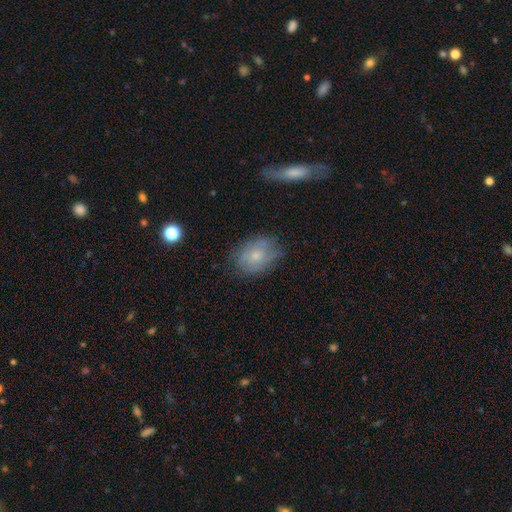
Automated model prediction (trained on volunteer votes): The model was most divided on "how rounded": in between: 62%, round: 36%, cigar-shaped: 2%. More confident: merging — none (66%); smooth or featured — smooth (59%).